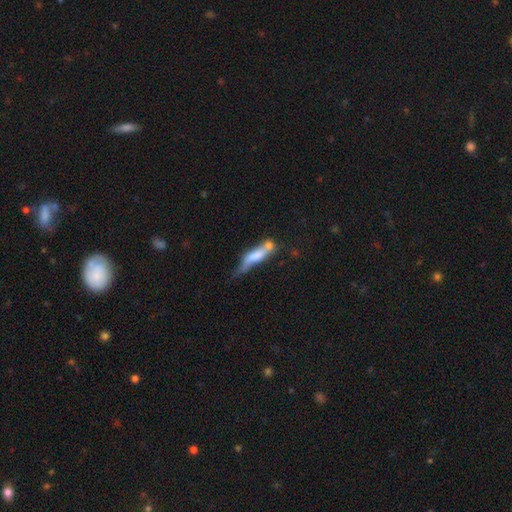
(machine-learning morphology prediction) type=smooth (57%); roundness=cigar-shaped (67%); merging=merger (32%).